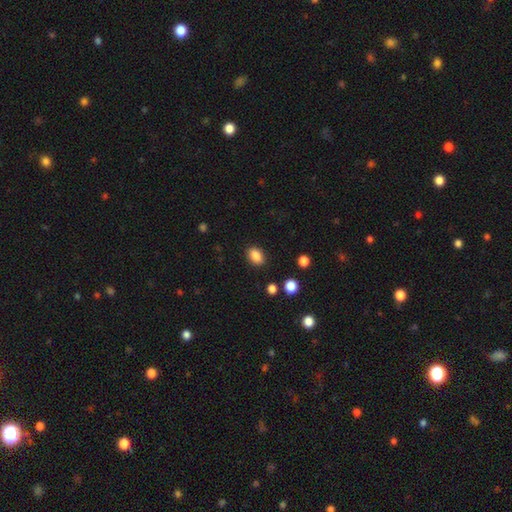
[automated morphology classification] smooth 86%, star or artifact 9%, featured or disk 4%. Down the decision tree: how rounded — in between (77%); merging — none (87%).